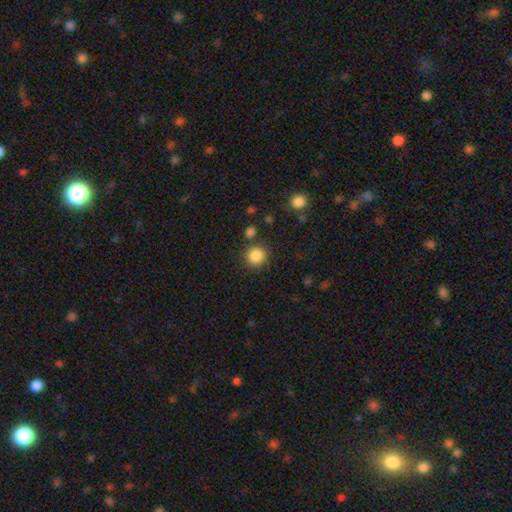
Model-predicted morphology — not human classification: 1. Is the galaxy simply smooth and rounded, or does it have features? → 86% smooth, 10% star or artifact, 4% featured or disk.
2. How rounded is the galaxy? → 89% round, 10% in between, 1% cigar-shaped.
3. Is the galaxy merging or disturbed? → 82% none, 9% minor disturbance, 5% merger, 3% major disturbance.